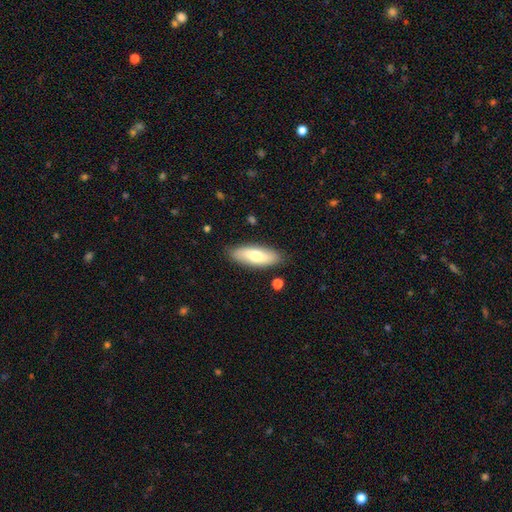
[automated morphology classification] Overall: smooth (69%). How rounded: in between (66%; cigar-shaped 32%). Merging: none (86%).